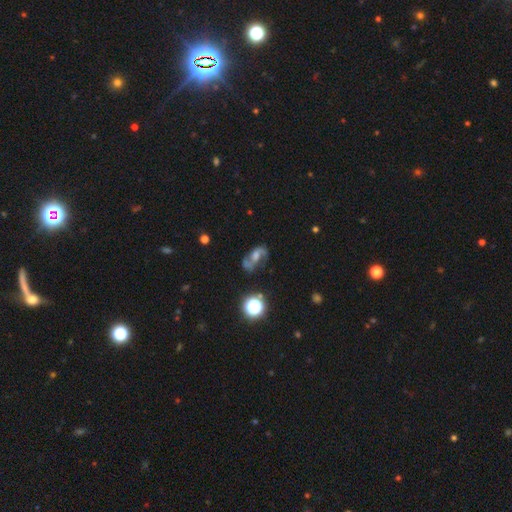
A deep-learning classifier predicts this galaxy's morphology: A featured or disk galaxy (72%) with no bar (47%), 2 (89%) loose (48%) spiral arms (91%) and a moderate central bulge (47%). Merging: none (65%).